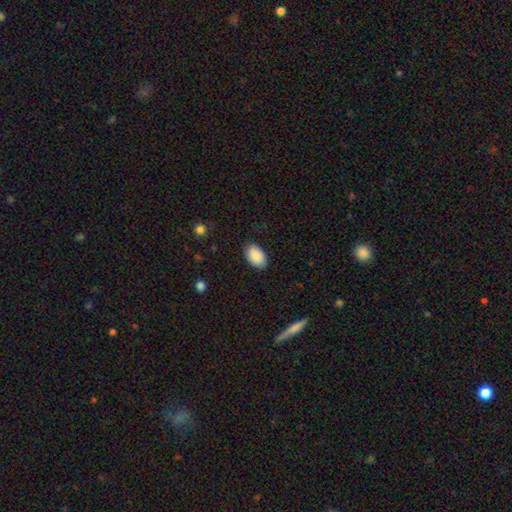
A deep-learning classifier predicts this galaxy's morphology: A smooth galaxy with no disk features (90%) that is in between round and cigar-shaped (91%). Merging: none (86%).